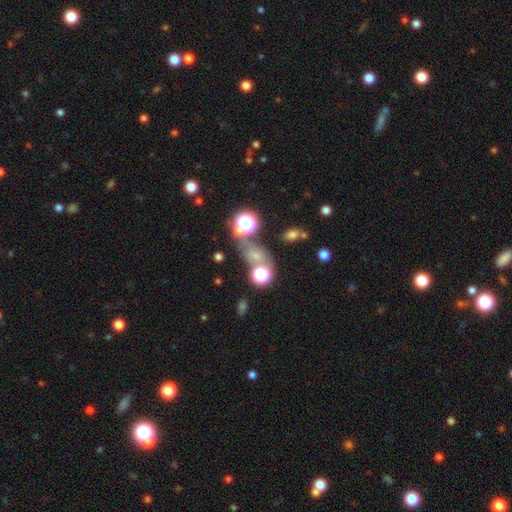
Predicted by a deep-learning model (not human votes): Morphology: type=smooth (46%); merging=none (53%).